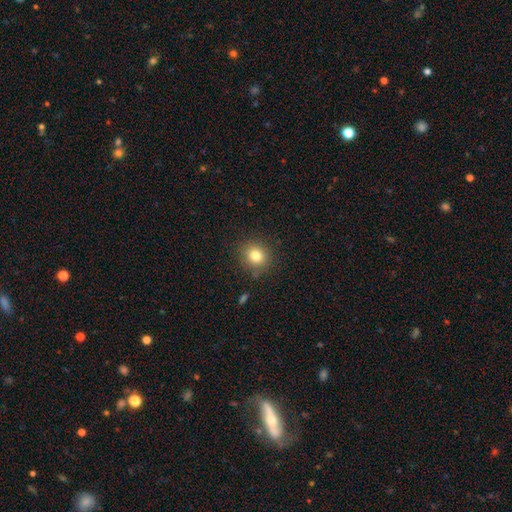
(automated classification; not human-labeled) A smooth galaxy with no disk features (80%) that is round (87%). Merging: none (86%).